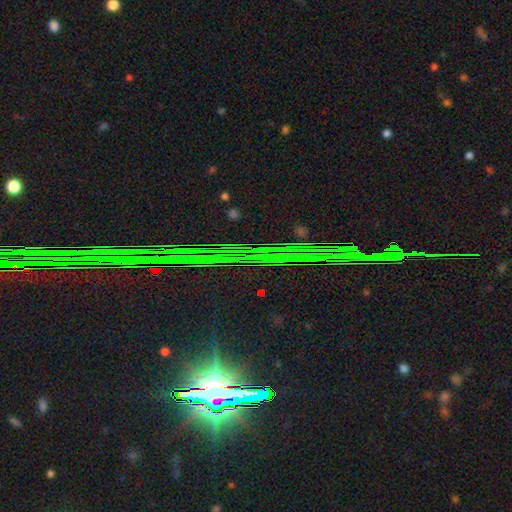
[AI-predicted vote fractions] This appears to be a star or artifact, not a galaxy (87%).